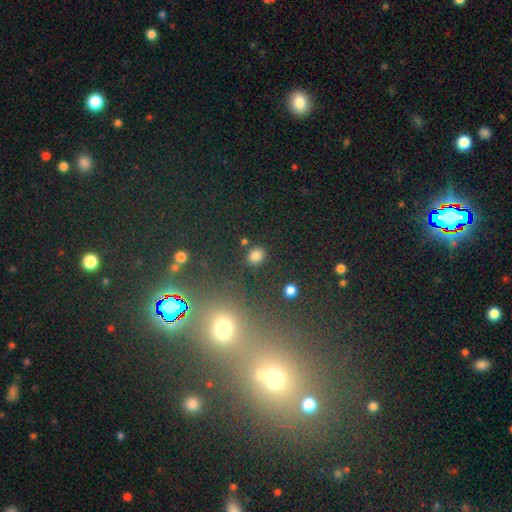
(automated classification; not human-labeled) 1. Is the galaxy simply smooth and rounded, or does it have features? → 80% smooth, 15% star or artifact, 5% featured or disk.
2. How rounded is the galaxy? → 66% round, 33% in between, 1% cigar-shaped.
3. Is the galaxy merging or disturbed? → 85% none, 8% minor disturbance, 4% merger, 3% major disturbance.